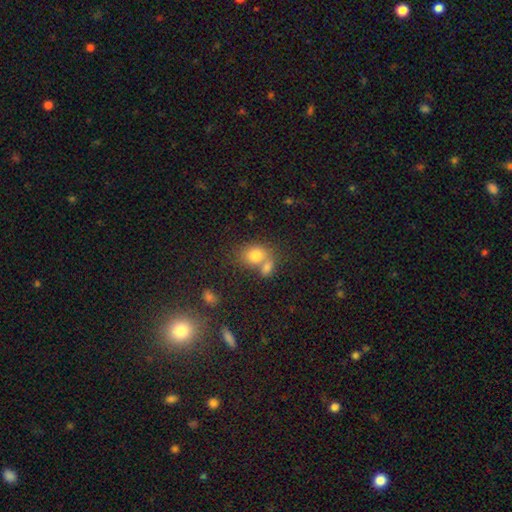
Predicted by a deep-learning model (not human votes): Smooth or featured: smooth — 79% (featured or disk — 11%)
How rounded: in between — 54% (round — 44%)
Merging: merger — 49% (none — 36%)